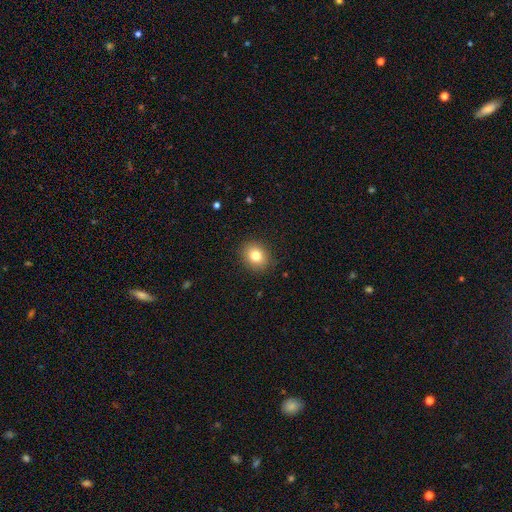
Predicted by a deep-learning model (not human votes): Smooth or featured: smooth — 80% (star or artifact — 10%)
How rounded: round — 60% (in between — 39%)
Merging: none — 88% (minor disturbance — 9%)